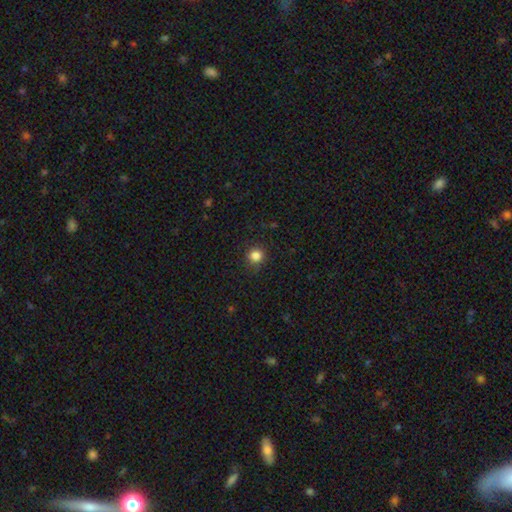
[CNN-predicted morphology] The model was most divided on "smooth or featured": smooth: 85%, star or artifact: 12%, featured or disk: 4%. More confident: how rounded — round (93%); merging — none (88%).